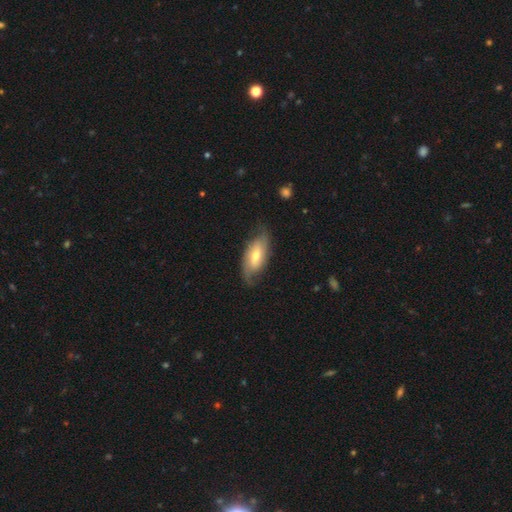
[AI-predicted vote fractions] A featured or disk galaxy (58%) with no bar (41%), spiral arms (82%) and a moderate central bulge (61%). Merging: none (68%).